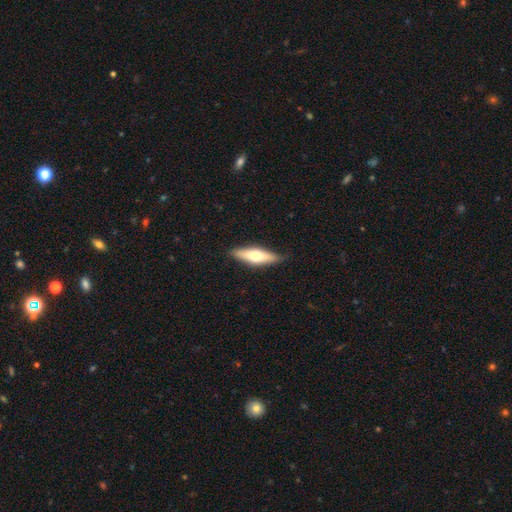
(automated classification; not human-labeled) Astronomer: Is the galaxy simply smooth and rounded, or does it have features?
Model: smooth — 52% (runner-up: featured or disk, 43%).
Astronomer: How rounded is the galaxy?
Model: cigar-shaped — 56% (runner-up: in between, 42%).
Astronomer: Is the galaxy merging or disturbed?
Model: none — 84%.